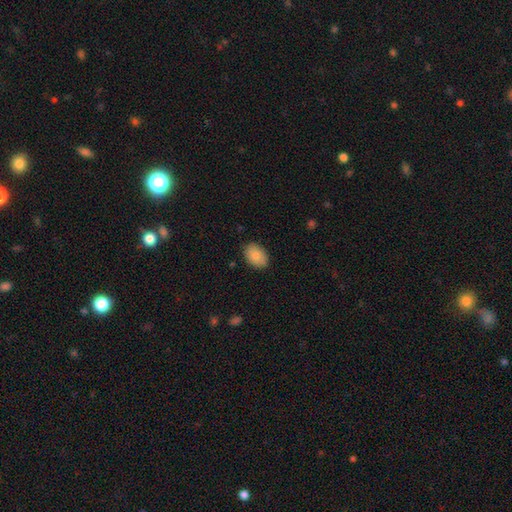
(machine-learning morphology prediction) Smooth or featured? smooth (87%)
How rounded? in between (84%)
Merging? none (86%)